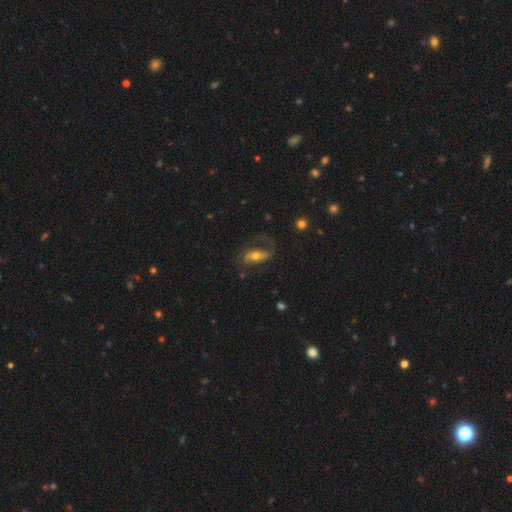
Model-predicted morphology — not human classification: A featured or disk galaxy (68%) with no bar (36%), spiral arms (82%) and a moderate central bulge (66%). Merging: none (51%).